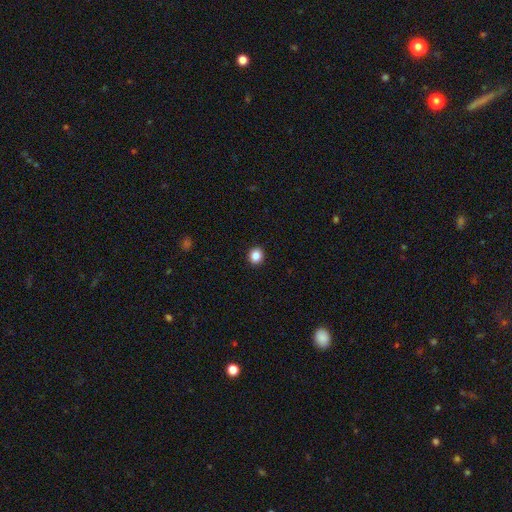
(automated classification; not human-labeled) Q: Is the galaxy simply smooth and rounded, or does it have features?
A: smooth — 86%.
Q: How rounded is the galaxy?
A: round — 81%.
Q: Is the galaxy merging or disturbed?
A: none — 93%.